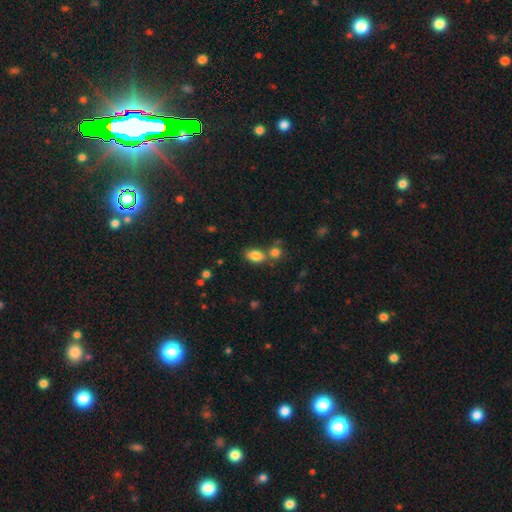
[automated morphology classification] smooth 83%, star or artifact 10%, featured or disk 7%. Down the decision tree: how rounded — in between (86%); merging — none (56%).